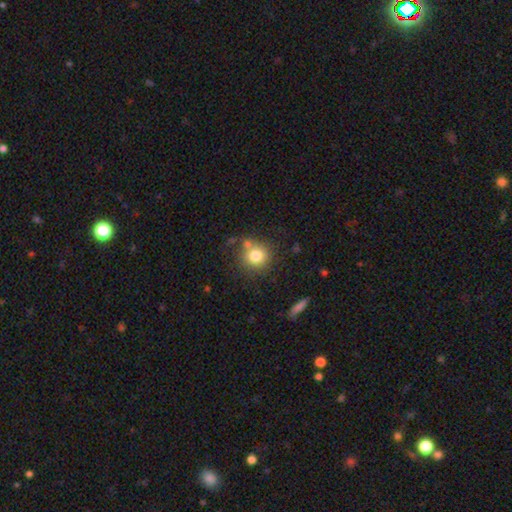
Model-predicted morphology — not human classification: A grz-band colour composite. It shows a smooth galaxy with no disk features (79%) that is round (89%). Merging: none (70%).